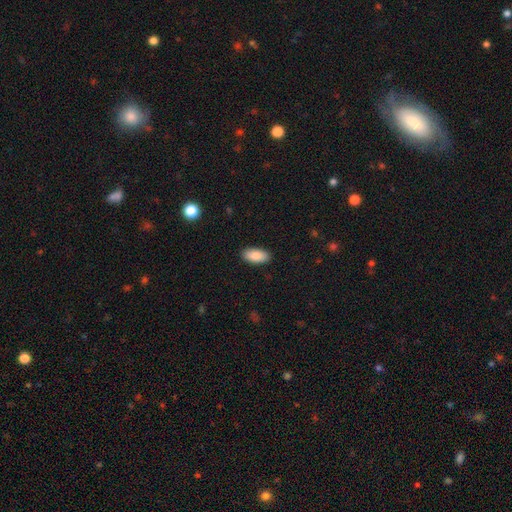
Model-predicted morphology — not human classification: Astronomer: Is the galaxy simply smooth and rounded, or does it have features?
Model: smooth — 88%.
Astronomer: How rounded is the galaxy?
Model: in between — 91%.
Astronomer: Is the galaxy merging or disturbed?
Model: none — 90%.